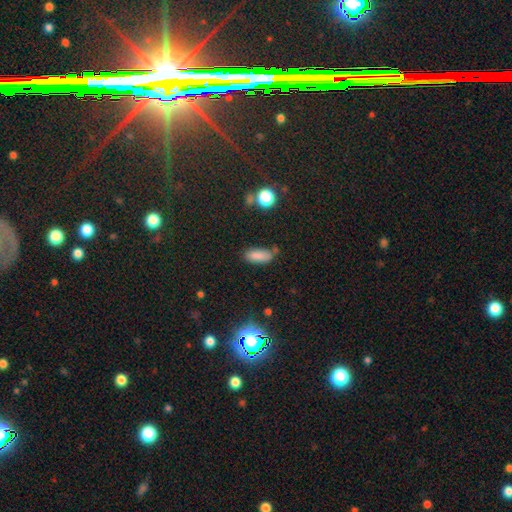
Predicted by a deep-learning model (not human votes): smooth_or_featured: smooth (p=0.82) [alt: star or artifact p=0.12]
how_rounded: in between (p=0.76) [alt: cigar-shaped p=0.21]
merging: none (p=0.69) [alt: minor disturbance p=0.20]